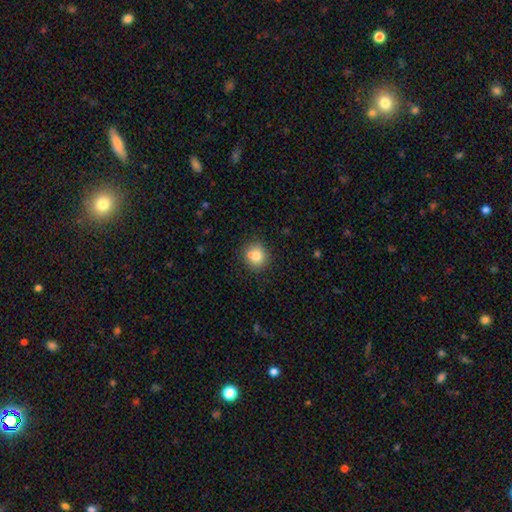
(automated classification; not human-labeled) The model was most divided on "merging": none: 69%, merger: 16%, minor disturbance: 11%, major disturbance: 3%. More confident: how rounded — round (88%); smooth or featured — smooth (77%).